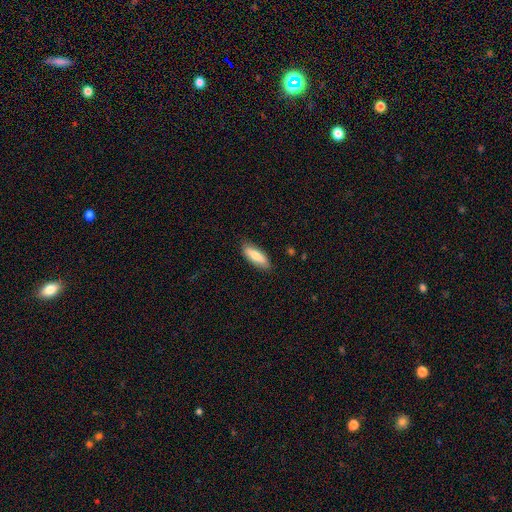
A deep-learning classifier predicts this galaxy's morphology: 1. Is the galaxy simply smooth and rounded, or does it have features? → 74% smooth, 21% featured or disk, 6% star or artifact.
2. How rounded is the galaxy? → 58% in between, 40% cigar-shaped, 2% round.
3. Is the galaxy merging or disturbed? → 85% none, 12% minor disturbance, 2% major disturbance, 1% merger.